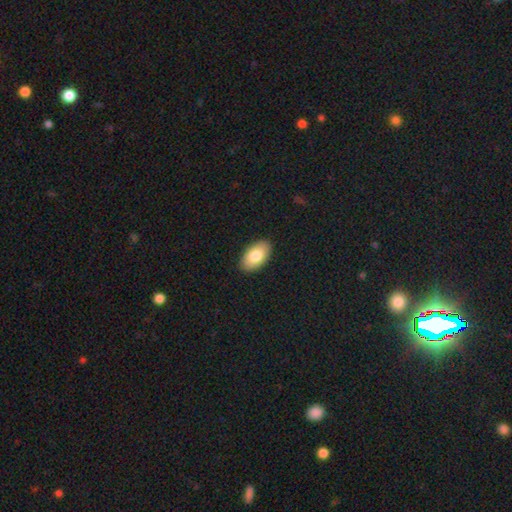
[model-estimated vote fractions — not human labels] Q: Smooth or featured?
A: smooth (81%); runner-up: featured or disk (13%)
Q: How rounded?
A: in between (95%); runner-up: round (3%)
Q: Merging?
A: none (90%); runner-up: minor disturbance (8%)